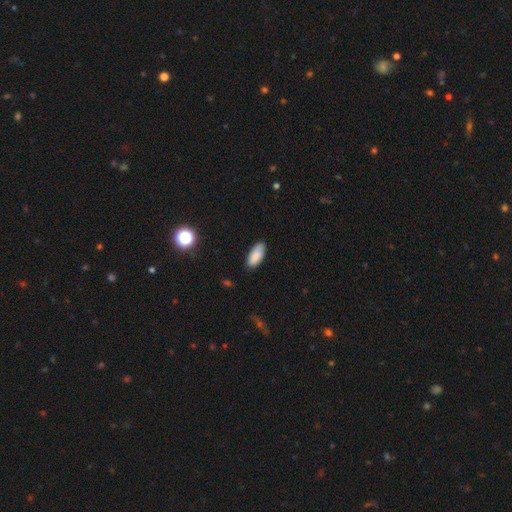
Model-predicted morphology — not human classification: type=smooth (86%); roundness=in between (87%); merging=none (84%).